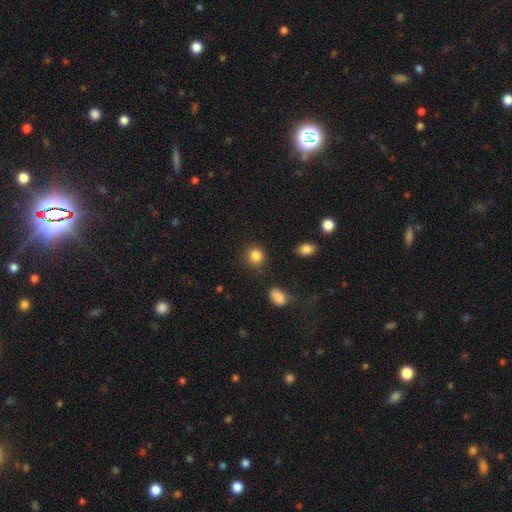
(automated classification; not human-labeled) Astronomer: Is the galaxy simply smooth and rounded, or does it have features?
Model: smooth — 86%.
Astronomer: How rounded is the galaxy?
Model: round — 84%.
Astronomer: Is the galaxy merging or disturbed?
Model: none — 84%.